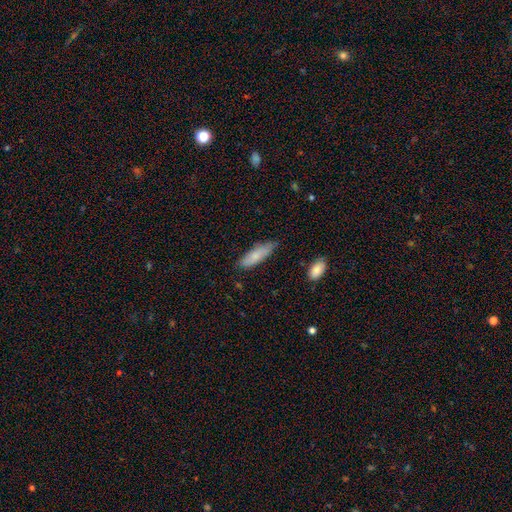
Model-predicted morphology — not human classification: Smooth or featured: smooth — 79% (featured or disk — 15%)
How rounded: cigar-shaped — 54% (in between — 44%)
Merging: none — 74% (minor disturbance — 21%)